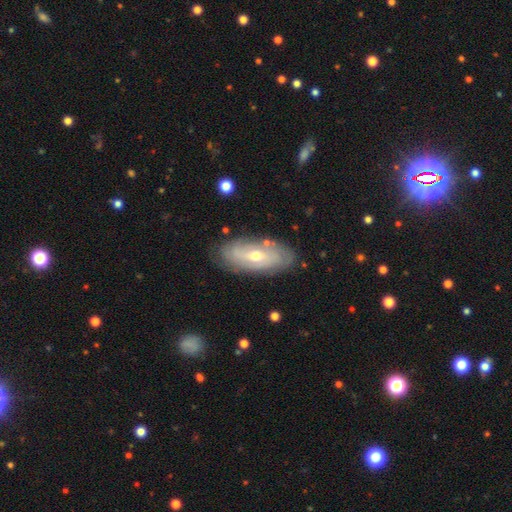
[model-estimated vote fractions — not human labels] This appears to be a featured or disk galaxy (67%) with no bar (59%), spiral arms (69%) and a moderate central bulge (55%). Merging: none (81%).